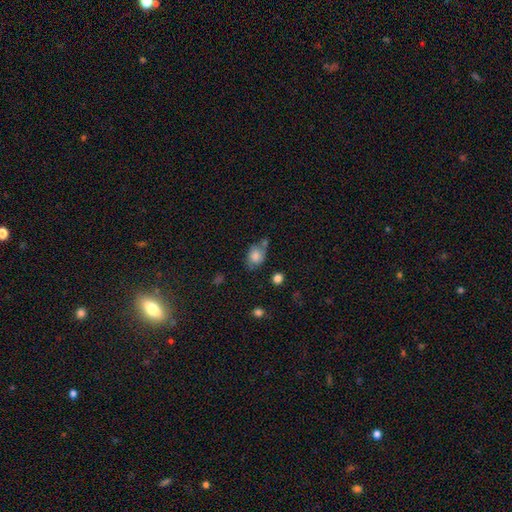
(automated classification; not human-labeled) Smooth or featured? smooth (75%)
How rounded? in between (68%)
Merging? none (48%)